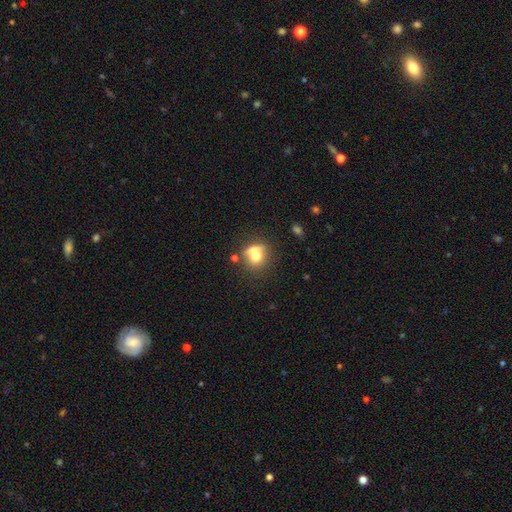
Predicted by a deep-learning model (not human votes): This is likely a smooth galaxy (66%). How rounded: likely round (79%). Merging: marginally merger (42%).